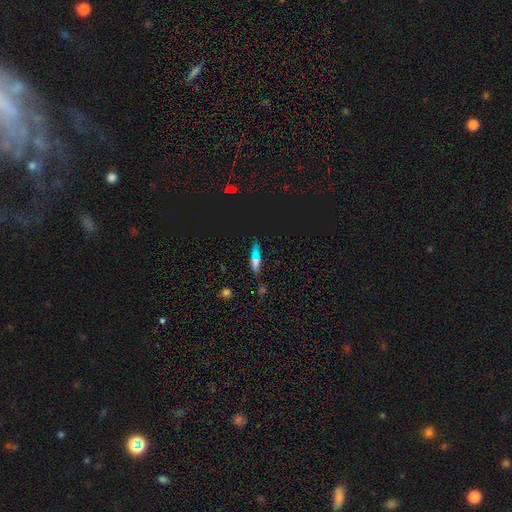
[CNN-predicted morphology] smooth 54%, star or artifact 27%, featured or disk 19%. Down the decision tree: how rounded — cigar-shaped (62%); merging — none (81%).